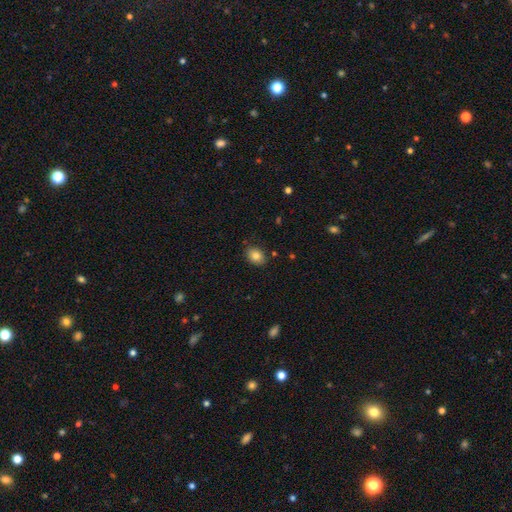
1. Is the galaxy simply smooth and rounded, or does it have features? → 86% smooth, 8% featured or disk, 5% star or artifact.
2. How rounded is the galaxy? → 69% in between, 31% round, 0% cigar-shaped.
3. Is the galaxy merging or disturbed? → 94% none, 6% minor disturbance, 0% major disturbance, 0% merger.